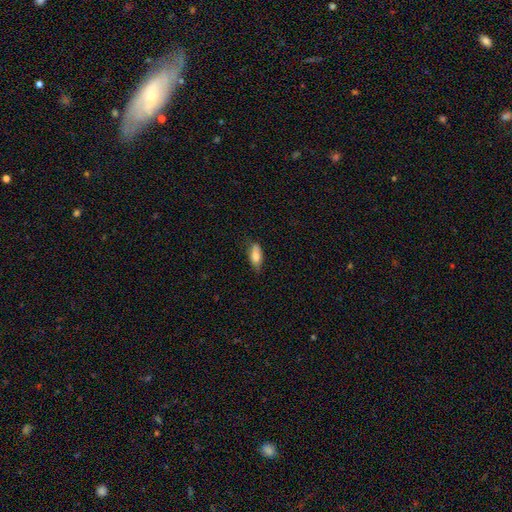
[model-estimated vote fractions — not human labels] Smooth or featured?
  - smooth: 74% *
  - featured or disk: 19%
  - star or artifact: 7%
How rounded?
  - in between: 79% *
  - cigar-shaped: 18%
  - round: 3%
Merging?
  - none: 64% *
  - minor disturbance: 29%
  - major disturbance: 6%
  - merger: 2%